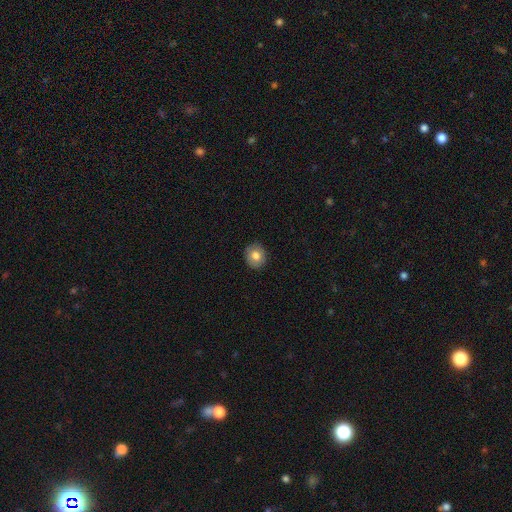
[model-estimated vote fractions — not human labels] smooth_or_featured: smooth (p=0.79) [alt: featured or disk p=0.13]
how_rounded: round (p=0.80) [alt: in between p=0.19]
merging: none (p=0.89) [alt: minor disturbance p=0.09]